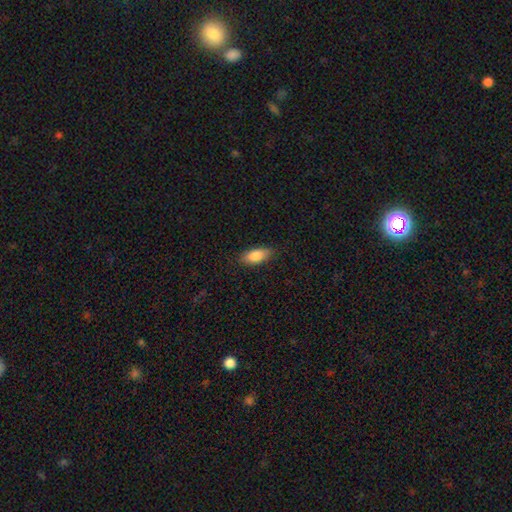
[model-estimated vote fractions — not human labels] Smooth or featured? smooth (84%)
How rounded? in between (83%)
Merging? none (85%)